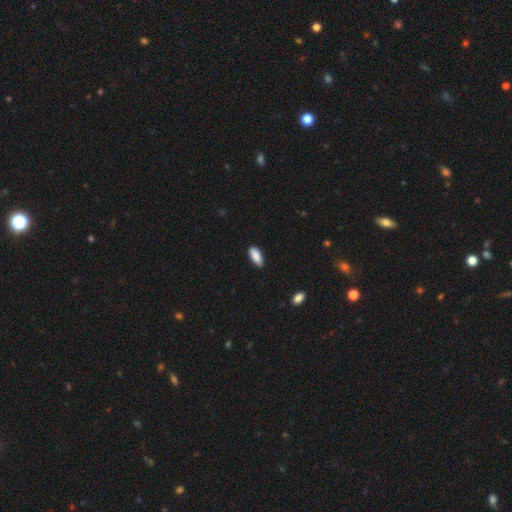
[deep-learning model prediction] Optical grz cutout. It shows a smooth galaxy with no disk features (89%) that is in between round and cigar-shaped (83%). Merging: none (86%).